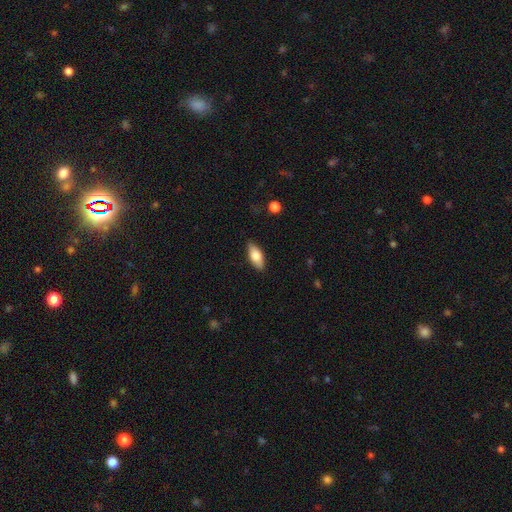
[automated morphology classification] smooth-or-featured: smooth: 74% | featured or disk: 20% | star or artifact: 6%
  how-rounded: in between: 82% | cigar-shaped: 16% | round: 3%
  merging: none: 86% | minor disturbance: 11% | major disturbance: 2% | merger: 1%